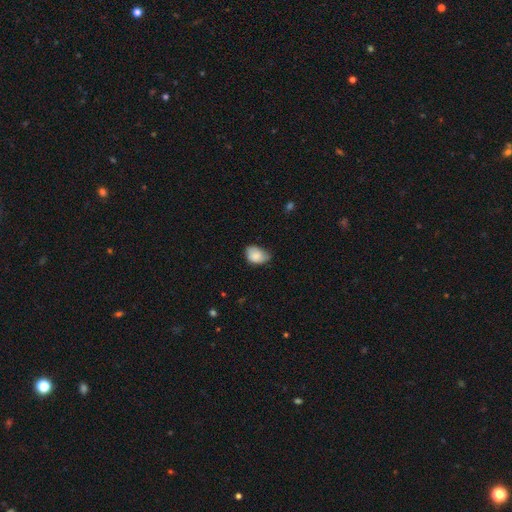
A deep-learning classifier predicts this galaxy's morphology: Smooth or featured: smooth — 81% (featured or disk — 12%)
How rounded: in between — 78% (round — 21%)
Merging: minor disturbance — 46% (none — 42%)